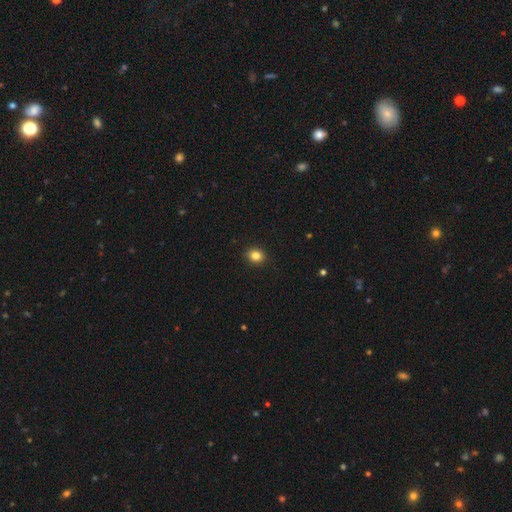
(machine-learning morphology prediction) type=smooth (85%); roundness=round (62%); merging=none (91%).